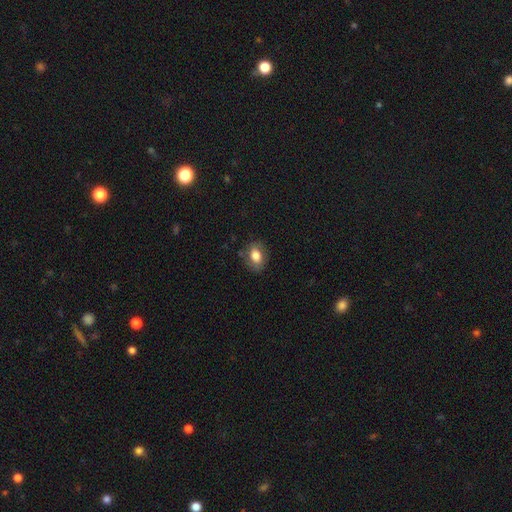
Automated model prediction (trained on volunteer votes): Q: Smooth or featured?
A: smooth (78%); runner-up: featured or disk (14%)
Q: How rounded?
A: in between (68%); runner-up: round (31%)
Q: Merging?
A: none (79%); runner-up: minor disturbance (16%)